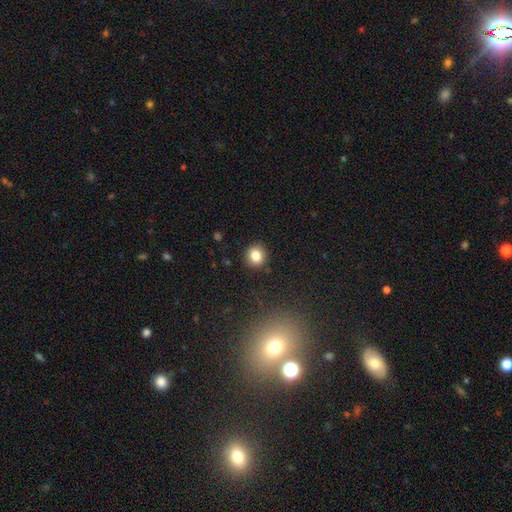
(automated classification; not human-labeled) Overall: smooth (82%). How rounded: round (86%). Merging: none (90%).